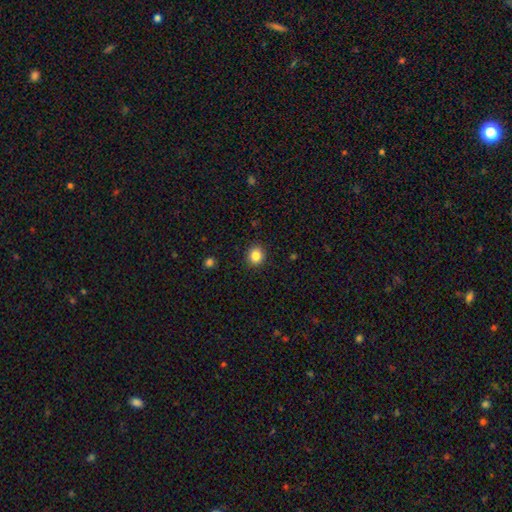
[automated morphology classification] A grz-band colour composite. It shows a smooth galaxy with no disk features (84%) that is round (85%). Merging: none (91%).